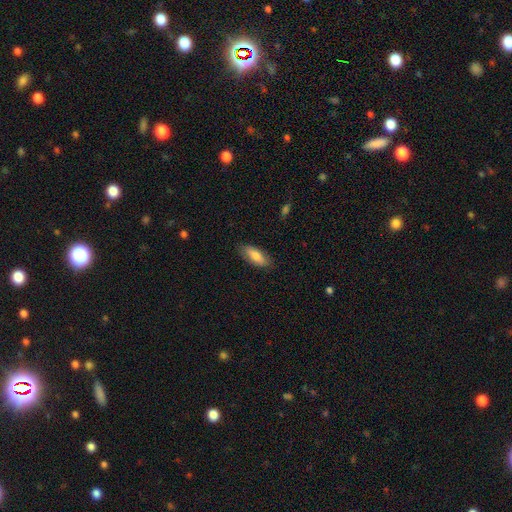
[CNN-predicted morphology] Smooth or featured?
  - smooth: 78% *
  - featured or disk: 16%
  - star or artifact: 6%
How rounded?
  - in between: 74% *
  - cigar-shaped: 24%
  - round: 2%
Merging?
  - none: 84% *
  - minor disturbance: 12%
  - major disturbance: 2%
  - merger: 1%